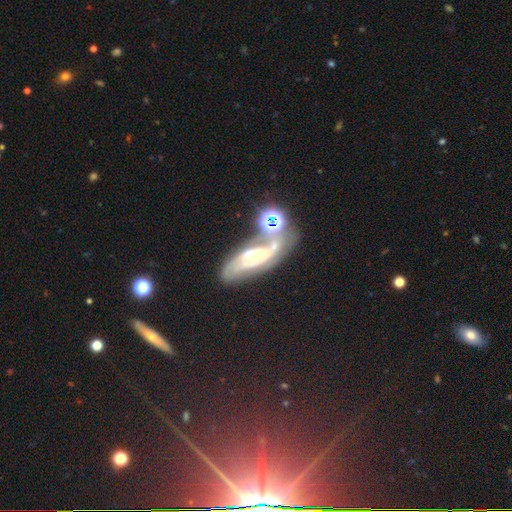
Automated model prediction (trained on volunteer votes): smooth_or_featured: featured or disk (p=0.70) [alt: star or artifact p=0.16]
disk_edge_on: no (p=0.88) [alt: yes p=0.12]
bar: no (p=0.54) [alt: weak p=0.32]
has_spiral_arms: yes (p=0.84) [alt: no p=0.16]
spiral_winding: medium (p=0.42) [alt: tight p=0.38]
spiral_arm_count: 2 (p=0.51) [alt: can't tell p=0.29]
bulge_size: small (p=0.61) [alt: moderate p=0.29]
merging: none (p=0.43) [alt: merger p=0.20]